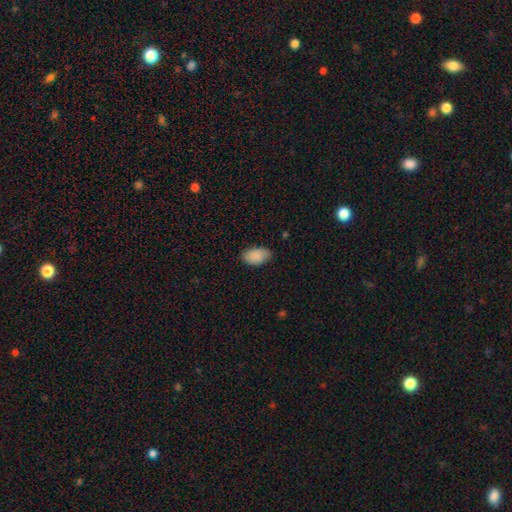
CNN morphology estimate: Smooth or featured: smooth — 89% (star or artifact — 7%)
How rounded: in between — 93% (round — 6%)
Merging: none — 80% (minor disturbance — 16%)